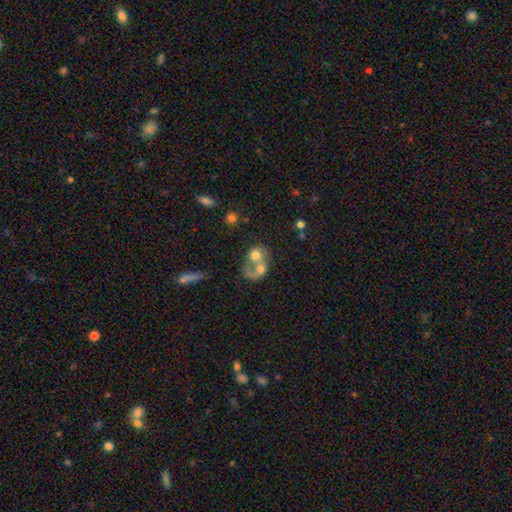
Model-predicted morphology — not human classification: This is possibly a smooth galaxy (54%). How rounded: possibly round (58%). Merging: likely merger (74%).